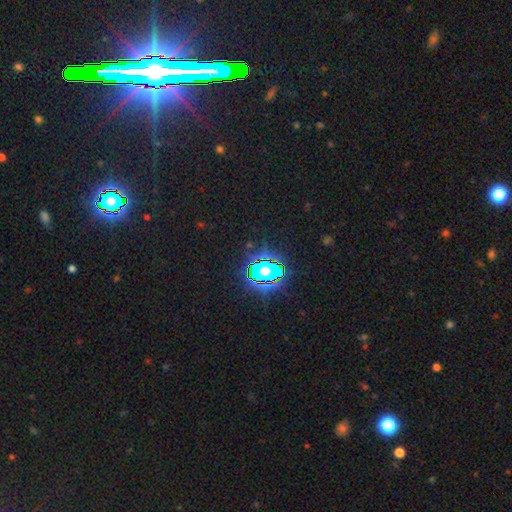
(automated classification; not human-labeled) This is clearly a star or artifact rather than a galaxy (83%).